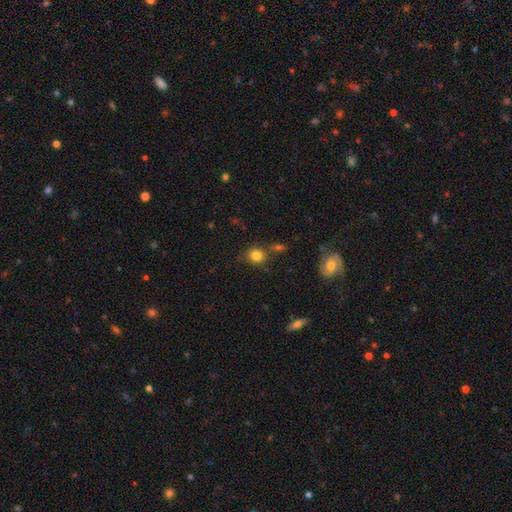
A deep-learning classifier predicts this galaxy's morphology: Smooth or featured? Predicted: smooth (p=0.82). How rounded? Predicted: round (p=0.81). Merging? Predicted: none (p=0.74).